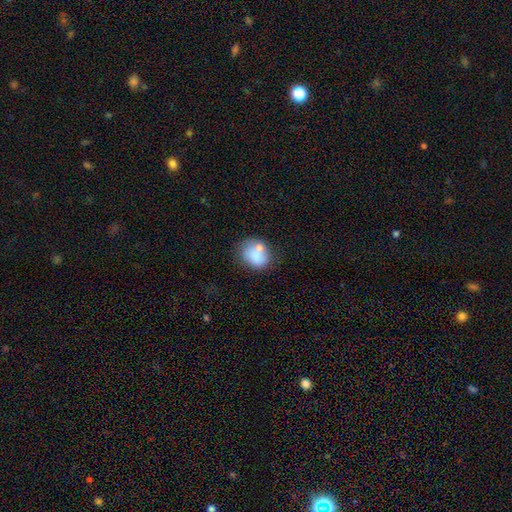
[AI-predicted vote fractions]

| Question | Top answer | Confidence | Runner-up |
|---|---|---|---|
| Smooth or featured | smooth | 76% | featured or disk (15%) |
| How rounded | round | 60% | in between (39%) |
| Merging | none | 51% | merger (22%) |